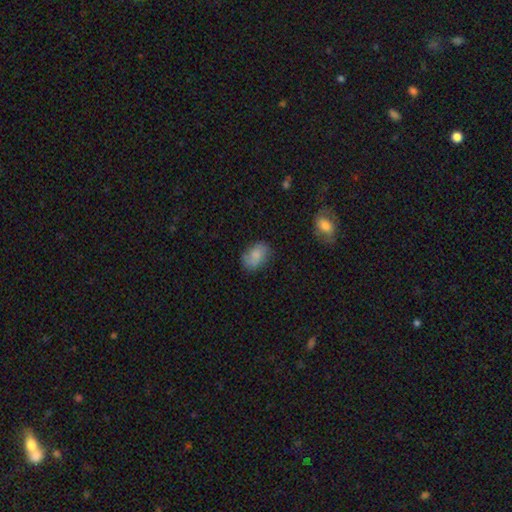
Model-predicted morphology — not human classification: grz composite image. It shows a smooth galaxy with no disk features (71%) that is in between round and cigar-shaped (83%). Merging: none (65%).